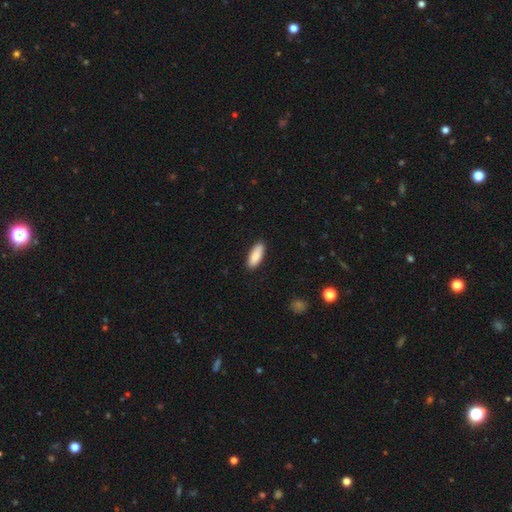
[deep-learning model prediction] Q: Smooth or featured?
A: smooth (88%); runner-up: featured or disk (6%)
Q: How rounded?
A: in between (75%); runner-up: cigar-shaped (24%)
Q: Merging?
A: none (88%); runner-up: minor disturbance (9%)